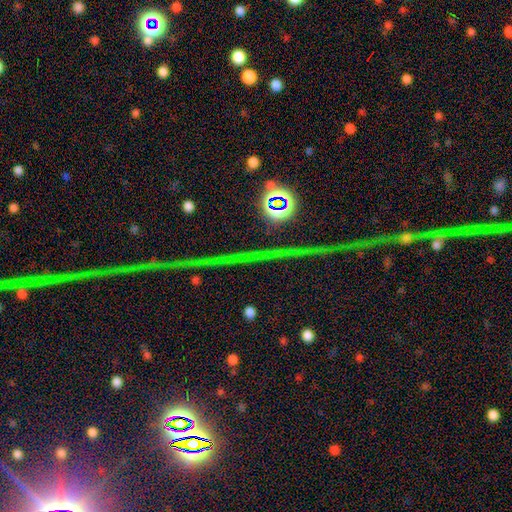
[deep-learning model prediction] Smooth or featured?
  - star or artifact: 81% *
  - featured or disk: 11%
  - smooth: 8%